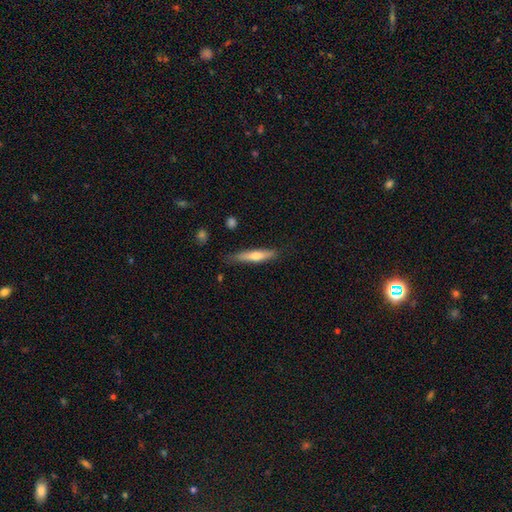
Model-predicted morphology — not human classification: Smooth or featured? Predicted: smooth (p=0.54). How rounded? Predicted: cigar-shaped (p=0.86). Merging? Predicted: none (p=0.82).